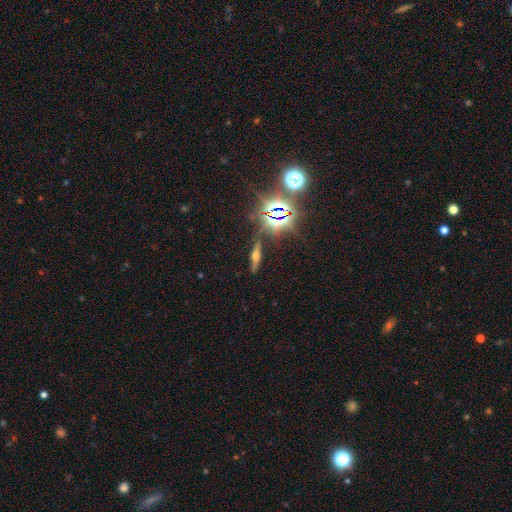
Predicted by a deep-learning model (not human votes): A featured or disk galaxy (49%). Merging: none (83%).